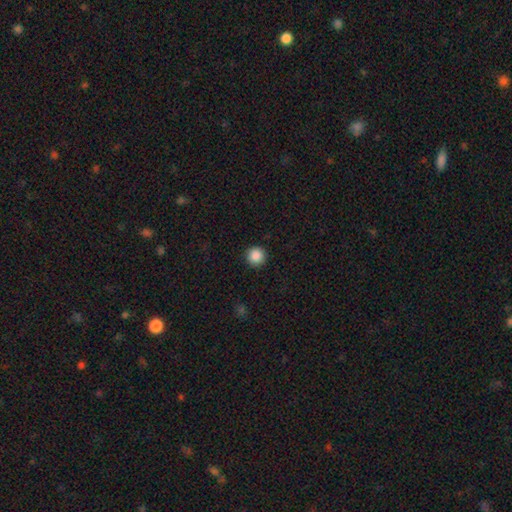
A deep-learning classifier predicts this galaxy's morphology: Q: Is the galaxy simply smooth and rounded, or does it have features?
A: smooth — 88%.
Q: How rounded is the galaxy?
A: round — 96%.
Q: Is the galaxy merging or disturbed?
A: none — 93%.